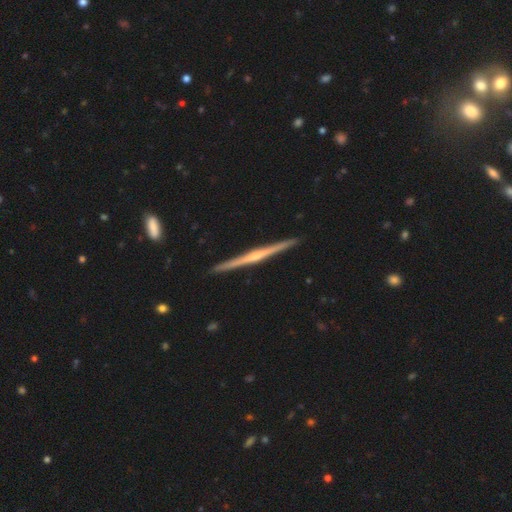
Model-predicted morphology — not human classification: Overall: featured or disk (81%). Edge-on disk: yes (99%). Edge-on bulge: rounded (65%). Merging: none (92%).